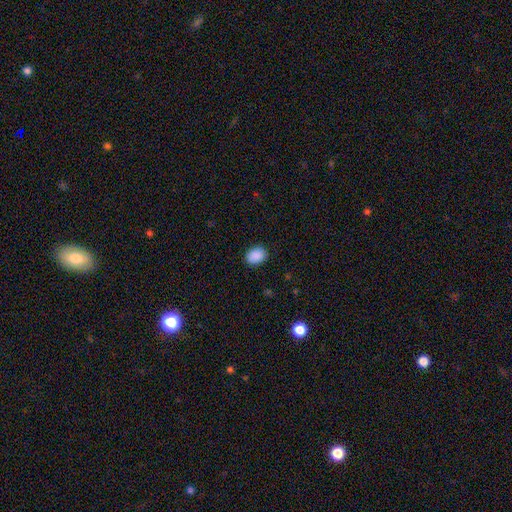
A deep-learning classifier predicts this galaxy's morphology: smooth_or_featured: smooth (p=0.90) [alt: star or artifact p=0.07]
how_rounded: in between (p=0.70) [alt: round p=0.29]
merging: none (p=0.88) [alt: minor disturbance p=0.09]